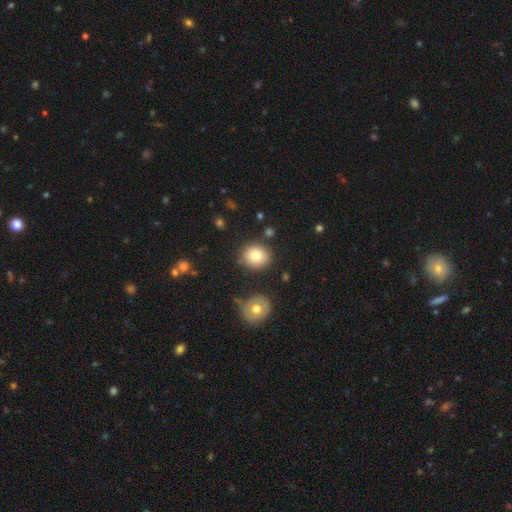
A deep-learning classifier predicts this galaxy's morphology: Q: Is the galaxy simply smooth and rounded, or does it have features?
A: smooth — 80%.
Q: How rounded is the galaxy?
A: round — 84%.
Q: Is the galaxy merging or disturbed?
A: none — 82%.